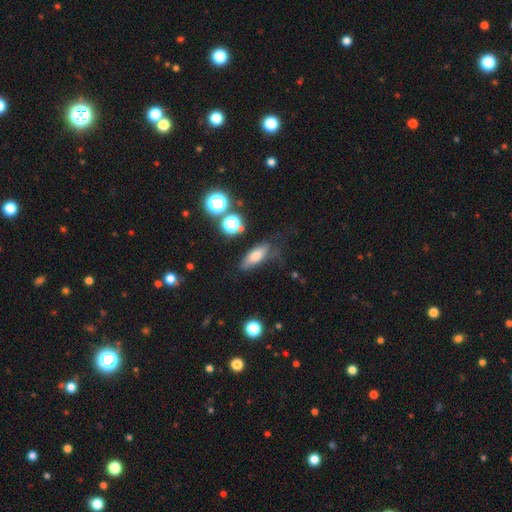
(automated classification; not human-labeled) Overall: smooth (68%). How rounded: in between (63%; cigar-shaped 31%). Merging: none (59%; minor disturbance 25%).